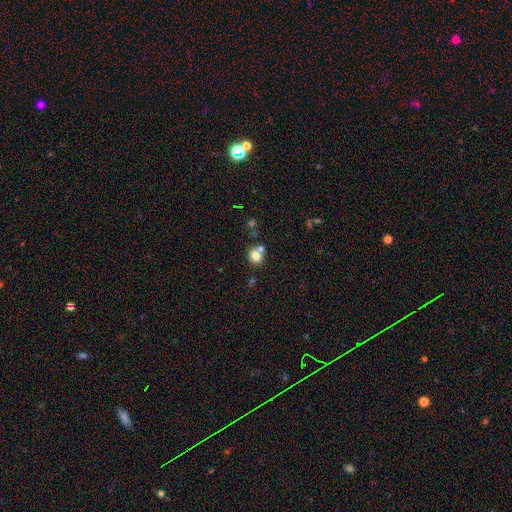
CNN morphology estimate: type=smooth (78%); roundness=round (61%); merging=none (55%).